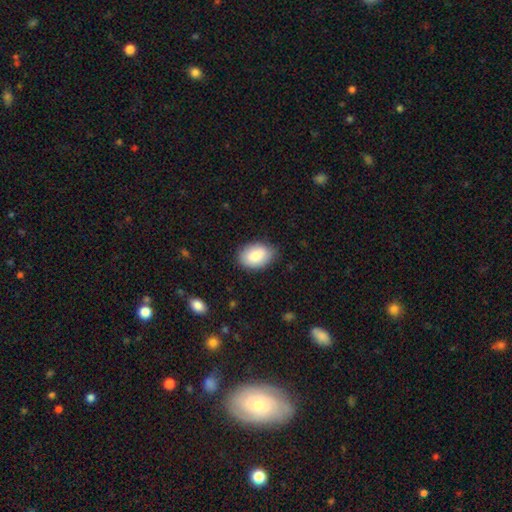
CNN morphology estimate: Smooth or featured? smooth (86%)
How rounded? in between (88%)
Merging? none (81%)